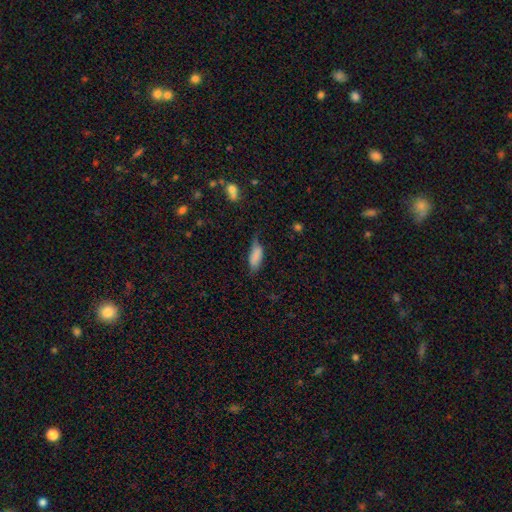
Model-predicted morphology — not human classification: The model was most divided on "merging": none: 46%, minor disturbance: 37%, major disturbance: 14%, merger: 3%. More confident: smooth or featured — smooth (82%); how rounded — in between (75%).